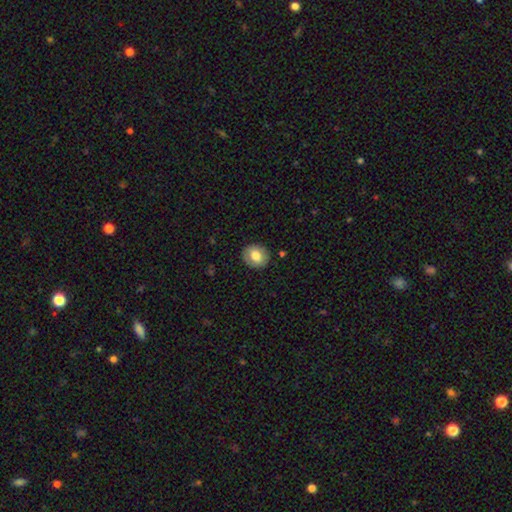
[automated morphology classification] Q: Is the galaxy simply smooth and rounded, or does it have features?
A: smooth — 76%.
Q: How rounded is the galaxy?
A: round — 68%.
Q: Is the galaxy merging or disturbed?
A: none — 87%.